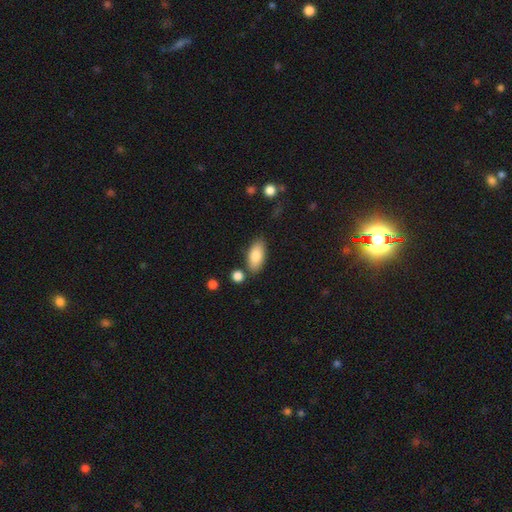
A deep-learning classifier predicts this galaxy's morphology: This appears to be a smooth galaxy with no disk features (85%) that is in between round and cigar-shaped (90%). Merging: none (79%).